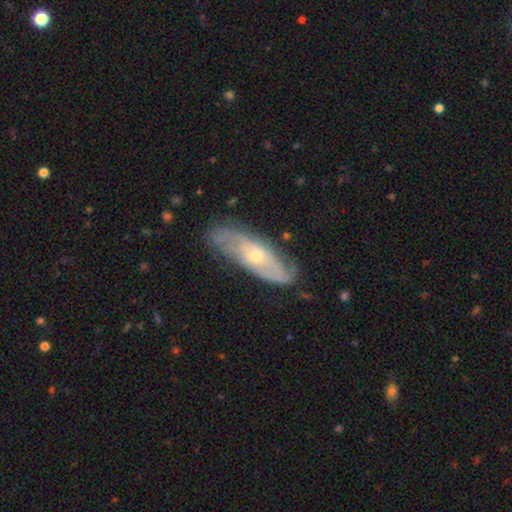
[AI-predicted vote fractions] A featured or disk galaxy (78%) with no bar (68%), 2 (43%) tight (50%) spiral arms (87%) and a small central bulge (50%). Merging: none (72%).